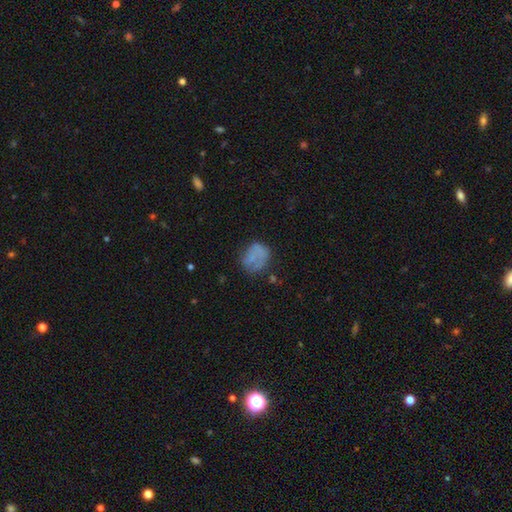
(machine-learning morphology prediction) Overall: smooth (63%; featured or disk 26%). How rounded: round (66%; in between 33%). Merging: none (51%; minor disturbance 27%).